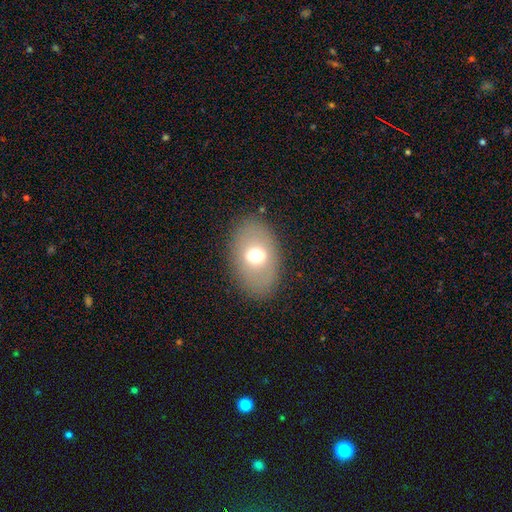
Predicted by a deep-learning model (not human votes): Morphology: type=smooth (63%); roundness=in between (84%); merging=none (87%).